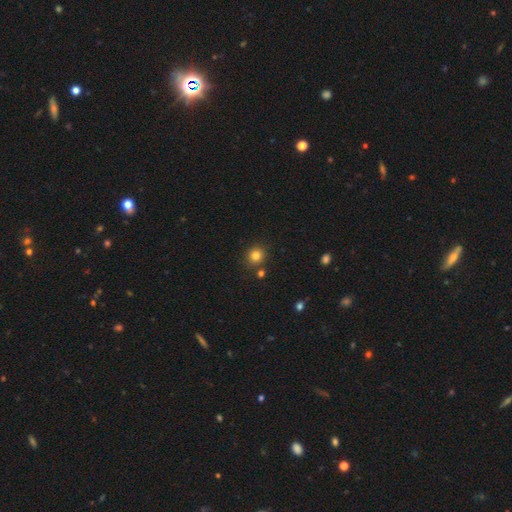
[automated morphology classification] Q: Smooth or featured?
A: smooth (81%); runner-up: star or artifact (13%)
Q: How rounded?
A: round (87%); runner-up: in between (12%)
Q: Merging?
A: none (82%); runner-up: minor disturbance (8%)